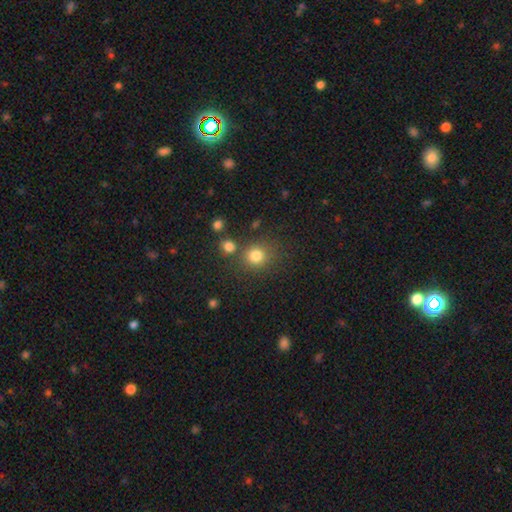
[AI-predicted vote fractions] Morphology: type=smooth (79%); roundness=round (83%); merging=none (74%).